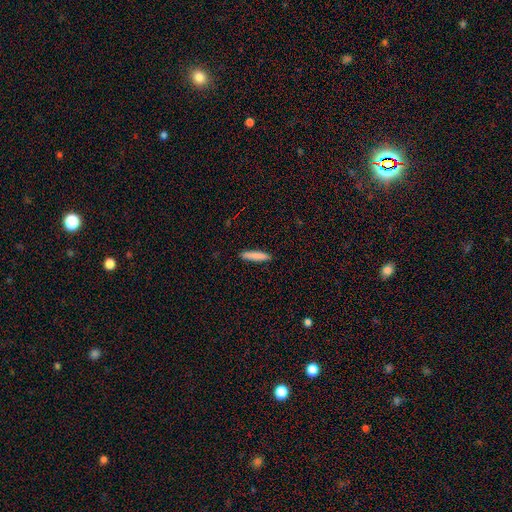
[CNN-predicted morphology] A smooth galaxy with no disk features (84%) that is cigar-shaped (88%). Merging: none (89%).